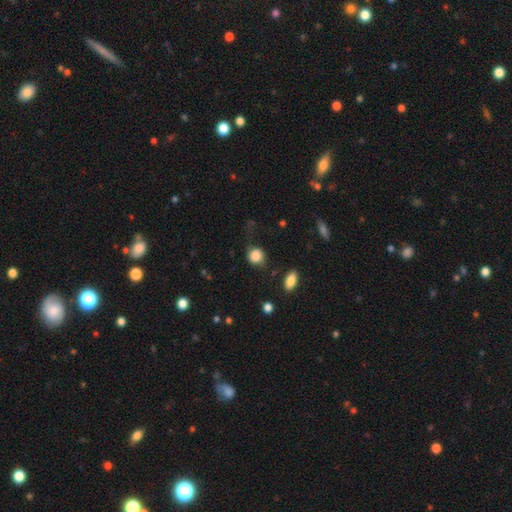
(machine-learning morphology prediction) This is clearly a smooth galaxy (81%). How rounded: clearly round (82%). Merging: possibly none (60%).